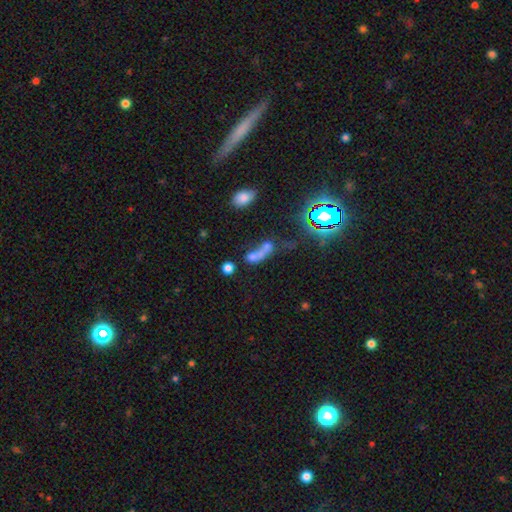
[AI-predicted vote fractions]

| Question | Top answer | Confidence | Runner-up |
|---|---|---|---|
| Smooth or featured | smooth | 55% | featured or disk (24%) |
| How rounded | in between | 50% | cigar-shaped (26%) |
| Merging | merger | 57% | none (19%) |